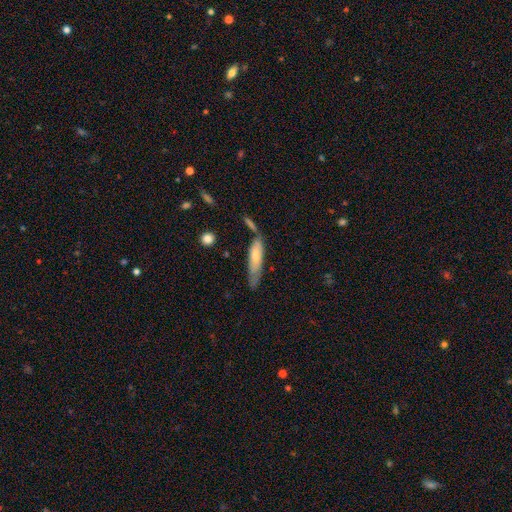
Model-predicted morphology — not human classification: The model was most divided on "merging": none: 48%, minor disturbance: 27%, merger: 15%, major disturbance: 10%. More confident: how rounded — cigar-shaped (69%); smooth or featured — smooth (63%).